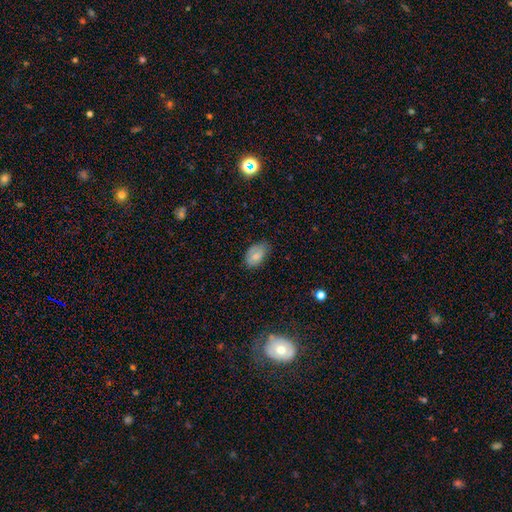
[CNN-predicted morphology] Overall: smooth (76%). How rounded: in between (91%). Merging: none (67%).